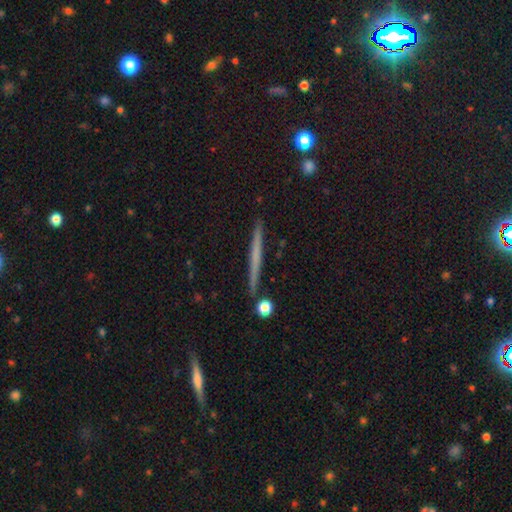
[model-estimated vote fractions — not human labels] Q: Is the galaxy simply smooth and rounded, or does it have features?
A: featured or disk — 51%.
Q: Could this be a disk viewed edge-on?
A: yes — 98%.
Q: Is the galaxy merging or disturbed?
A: none — 90%.